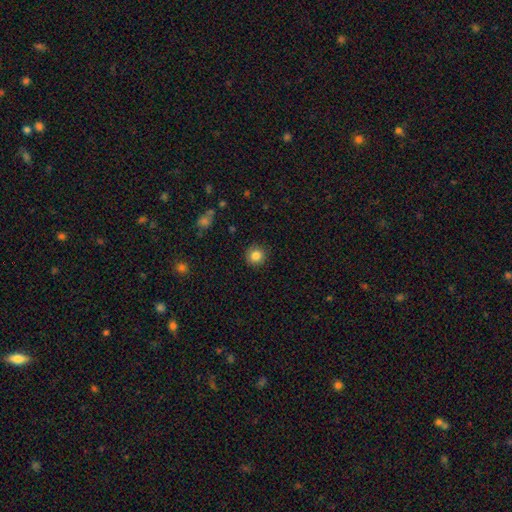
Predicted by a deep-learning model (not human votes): Morphology: type=smooth (84%); roundness=round (93%); merging=none (90%).